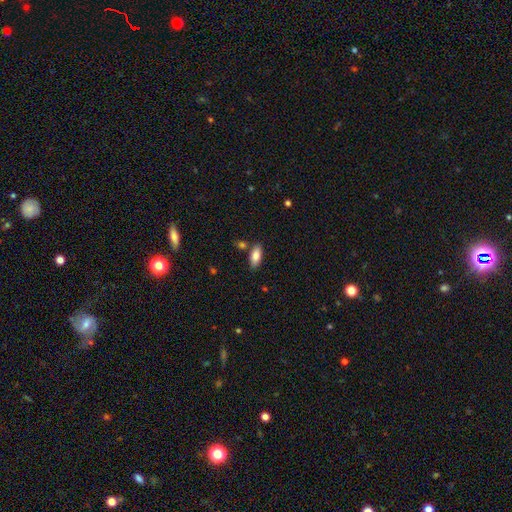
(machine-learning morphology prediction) A smooth galaxy with no disk features (82%) that is in between round and cigar-shaped (83%).

Vote fractions:
- Smooth or featured? smooth: 82% / featured or disk: 11% / star or artifact: 7%
- How rounded? in between: 83% / cigar-shaped: 15% / round: 2%
- Merging? none: 81% / minor disturbance: 11% / merger: 6% / major disturbance: 2%